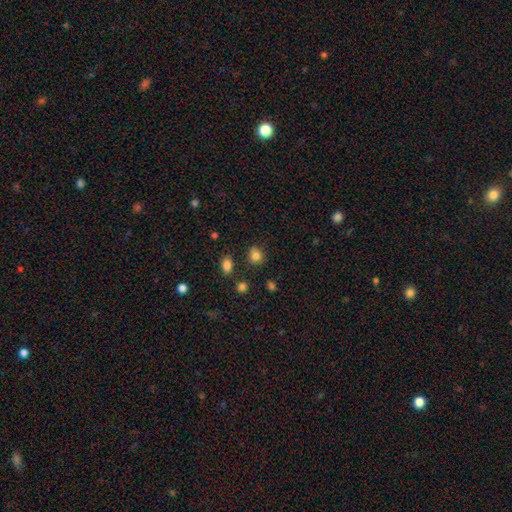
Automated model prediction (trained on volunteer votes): A smooth galaxy with no disk features (83%) that is round (78%). Merging: none (79%).